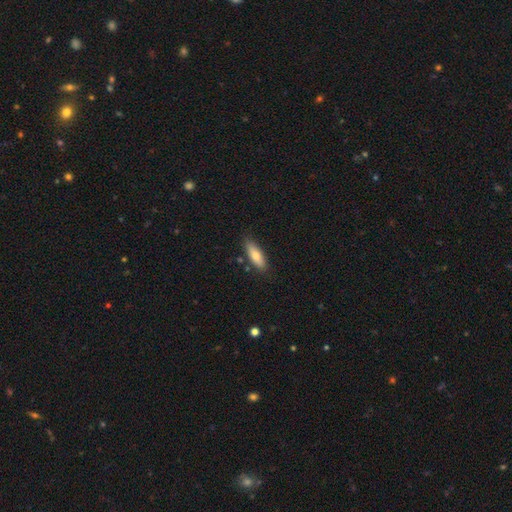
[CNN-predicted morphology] A smooth galaxy with no disk features (72%) that is in between round and cigar-shaped (58%). Merging: none (81%).